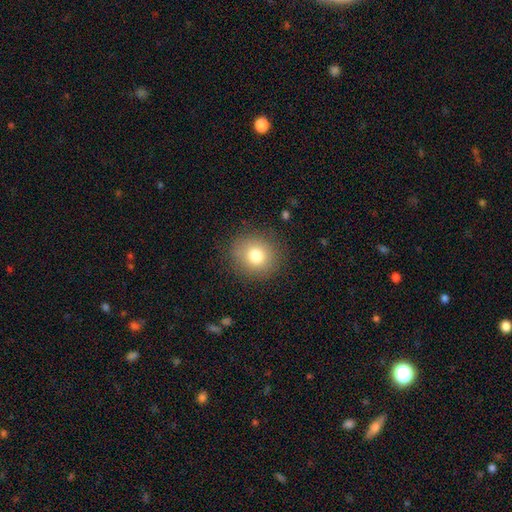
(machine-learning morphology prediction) This is likely a smooth galaxy (78%). How rounded: clearly round (84%). Merging: clearly none (87%).